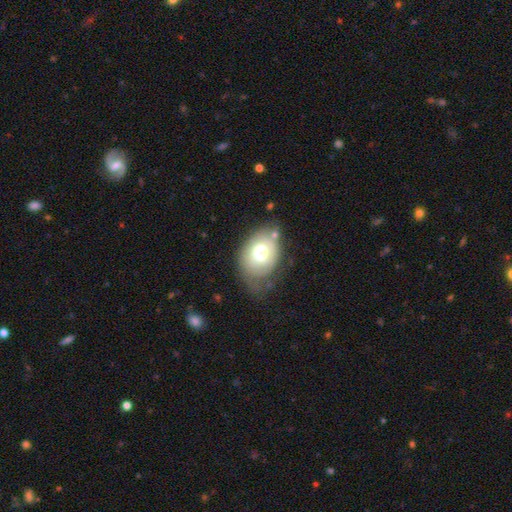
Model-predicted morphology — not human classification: This is possibly a smooth galaxy (56%). How rounded: likely in between (78%). Merging: possibly none (48%).